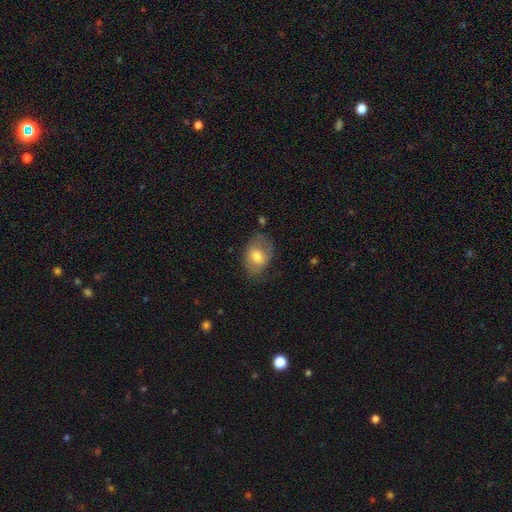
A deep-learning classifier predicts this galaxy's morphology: Smooth or featured? Predicted: smooth (p=0.65). How rounded? Predicted: in between (p=0.70). Merging? Predicted: none (p=0.63).